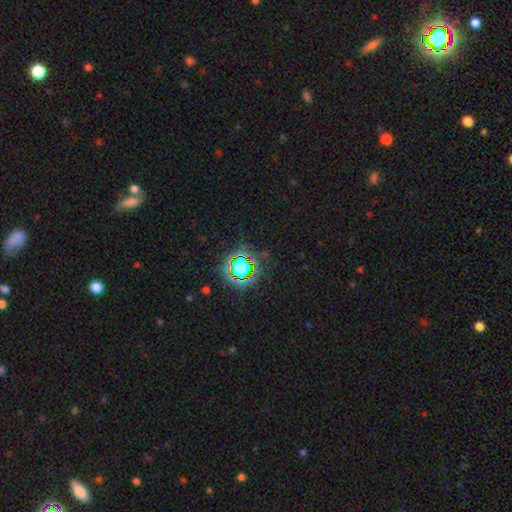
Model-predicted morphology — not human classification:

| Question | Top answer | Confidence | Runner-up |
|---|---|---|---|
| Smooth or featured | star or artifact | 78% | smooth (14%) |